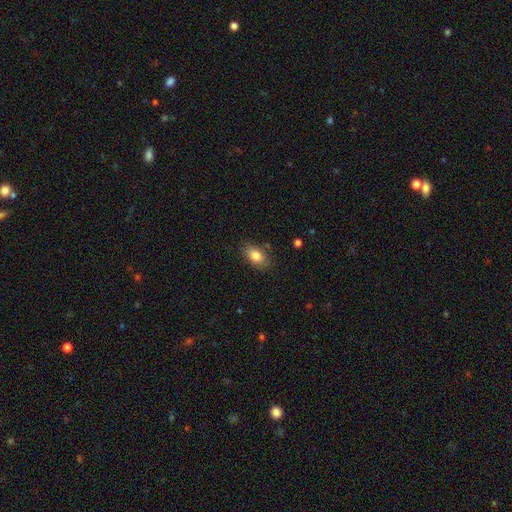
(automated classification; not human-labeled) A smooth galaxy with no disk features (83%) that is in between round and cigar-shaped (87%). Merging: none (82%).